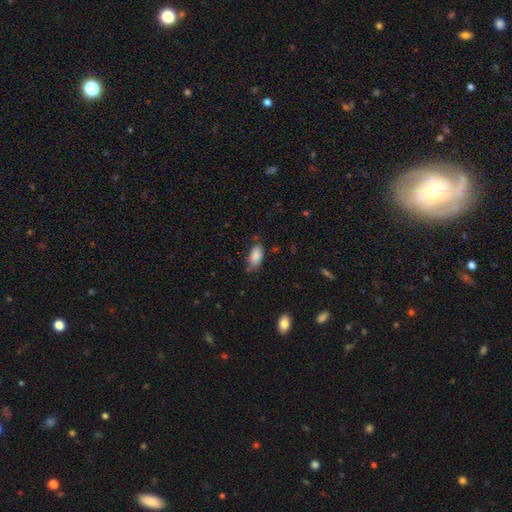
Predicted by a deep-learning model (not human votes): A smooth galaxy with no disk features (84%) that is in between round and cigar-shaped (91%). Merging: none (71%).